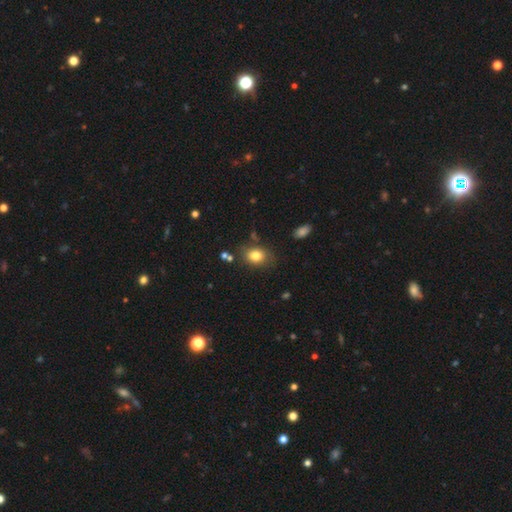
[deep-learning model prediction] Smooth or featured? smooth (81%)
How rounded? in between (61%)
Merging? none (77%)